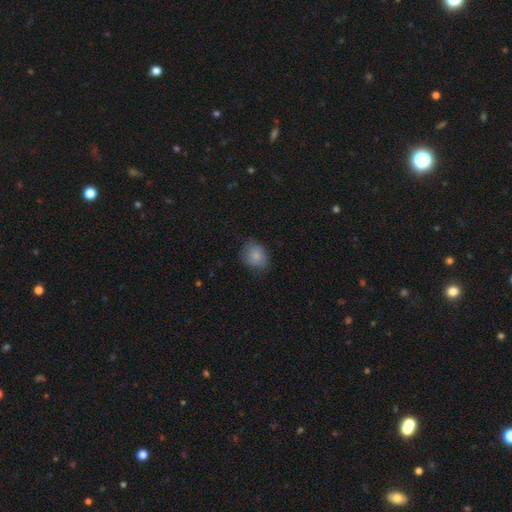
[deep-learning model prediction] Smooth or featured? smooth (83%)
How rounded? round (54%)
Merging? none (71%)